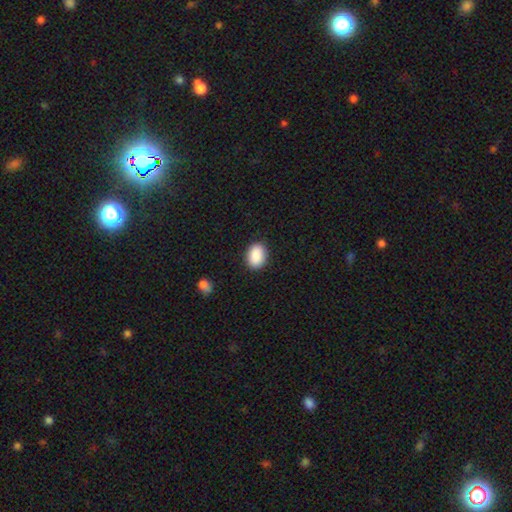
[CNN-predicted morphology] smooth-or-featured: smooth: 89% | star or artifact: 7% | featured or disk: 4%
  how-rounded: in between: 78% | round: 20% | cigar-shaped: 1%
  merging: none: 88% | minor disturbance: 8% | major disturbance: 2% | merger: 1%